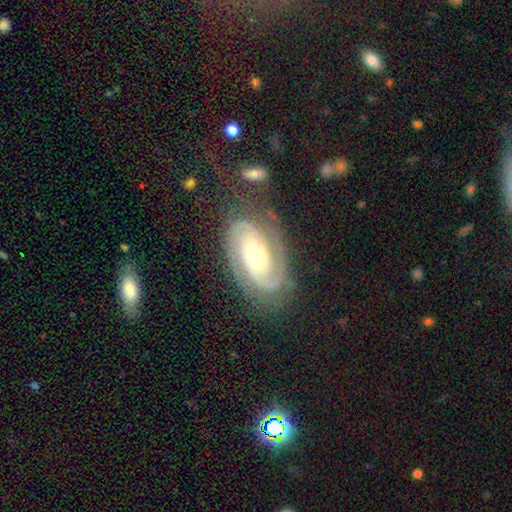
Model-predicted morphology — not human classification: Smooth or featured?
  - featured or disk: 90% *
  - smooth: 6%
  - star or artifact: 4%
Edge-on disk?
  - no: 97% *
  - yes: 3%
Bar?
  - no: 52% *
  - weak: 30%
  - strong: 18%
Spiral arms?
  - yes: 97% *
  - no: 3%
Spiral winding?
  - tight: 65% *
  - medium: 29%
  - loose: 6%
Spiral arm count?
  - 2: 86% *
  - can't tell: 5%
  - 3: 3%
  - 1: 3%
  - 4: 1%
  - more than 4: 1%
Bulge size?
  - moderate: 71% *
  - large: 14%
  - small: 13%
  - dominant: 1%
  - none: 1%
Merging?
  - none: 75% *
  - minor disturbance: 15%
  - major disturbance: 7%
  - merger: 3%